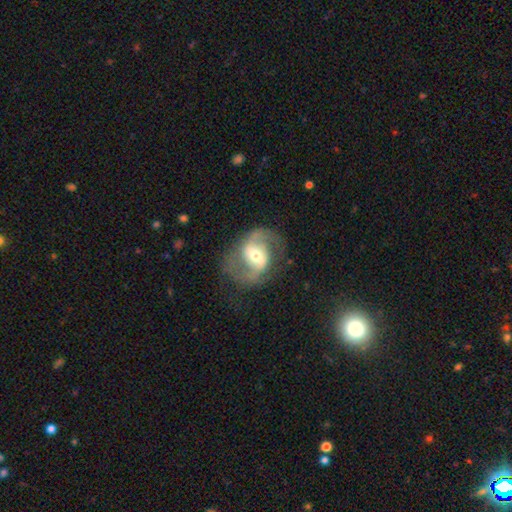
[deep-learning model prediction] Morphology: type=featured or disk (82%); edge-on=no (97%); bar=weak (41%); spiral arms=yes (89%); winding=medium (51%); arm count=2 (89%); bulge=moderate (60%); merging=none (72%).